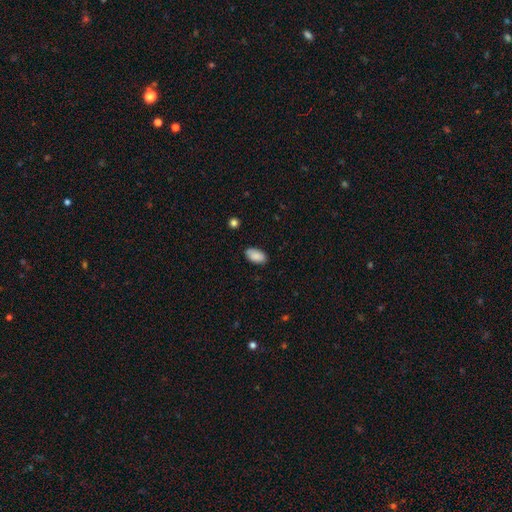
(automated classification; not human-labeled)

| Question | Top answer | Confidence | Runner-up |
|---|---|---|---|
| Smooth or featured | smooth | 88% | star or artifact (7%) |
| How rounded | in between | 95% | round (3%) |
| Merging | none | 83% | minor disturbance (13%) |